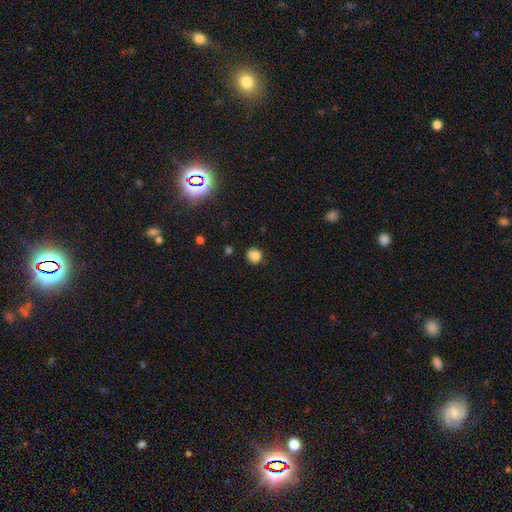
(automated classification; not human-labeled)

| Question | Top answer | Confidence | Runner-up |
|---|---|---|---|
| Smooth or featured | smooth | 82% | star or artifact (11%) |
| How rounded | round | 83% | in between (16%) |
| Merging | none | 68% | minor disturbance (22%) |